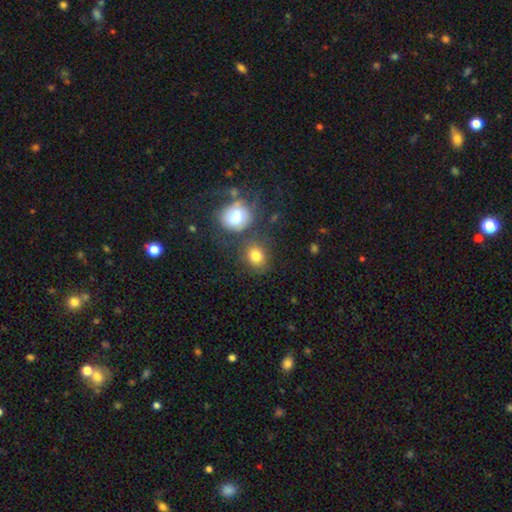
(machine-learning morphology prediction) Smooth or featured? Predicted: smooth (p=0.80). How rounded? Predicted: round (p=0.63). Merging? Predicted: none (p=0.61).